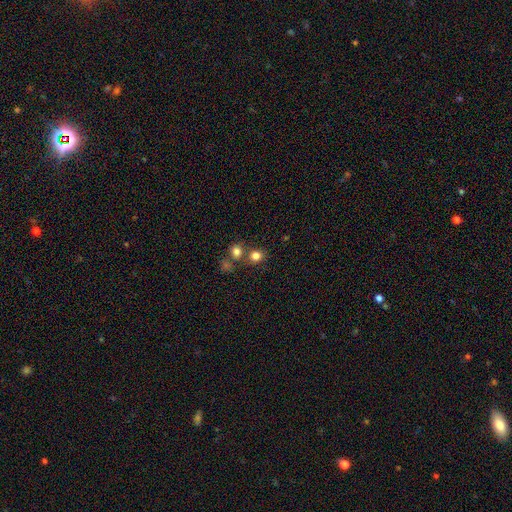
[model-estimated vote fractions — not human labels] Q: Smooth or featured?
A: smooth (79%); runner-up: star or artifact (14%)
Q: How rounded?
A: round (78%); runner-up: in between (21%)
Q: Merging?
A: none (67%); runner-up: merger (21%)